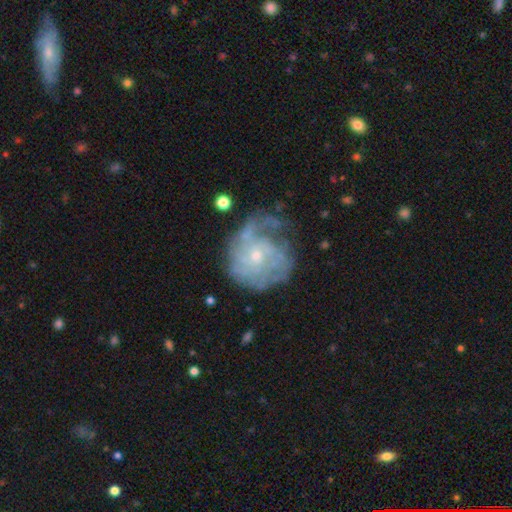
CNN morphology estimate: Smooth or featured: featured or disk — 74% (smooth — 18%)
Edge-on disk: no — 98% (yes — 2%)
Bar: no — 78% (weak — 20%)
Spiral arms: yes — 77% (no — 23%)
Spiral winding: tight — 50% (medium — 31%)
Spiral arm count: can't tell — 52% (3 — 12%)
Bulge size: small — 65% (moderate — 30%)
Merging: none — 50% (minor disturbance — 24%)